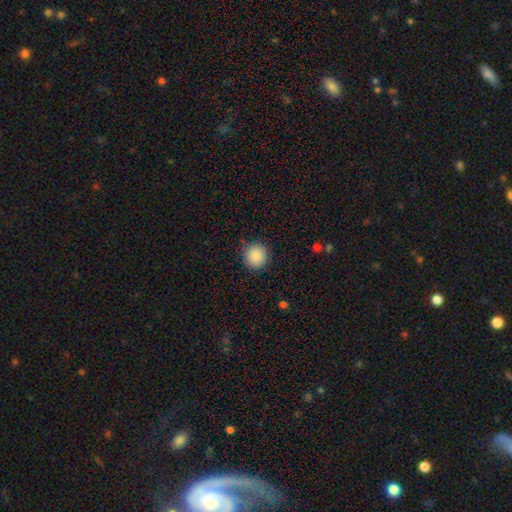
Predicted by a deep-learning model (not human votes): Smooth or featured? smooth (88%)
How rounded? round (93%)
Merging? none (89%)